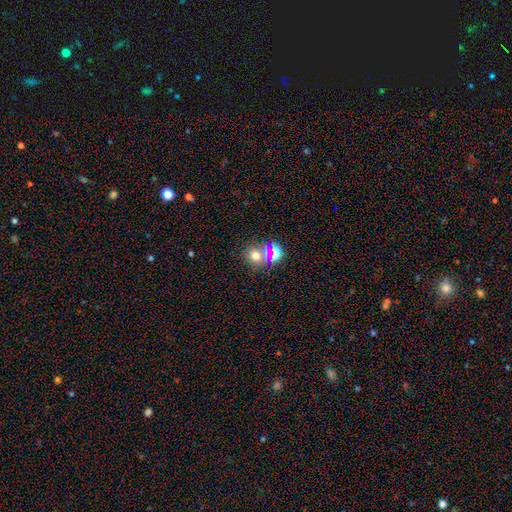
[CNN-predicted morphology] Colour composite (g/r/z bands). It shows a smooth galaxy with no disk features (61%) that is round (72%). Merging: none (60%).